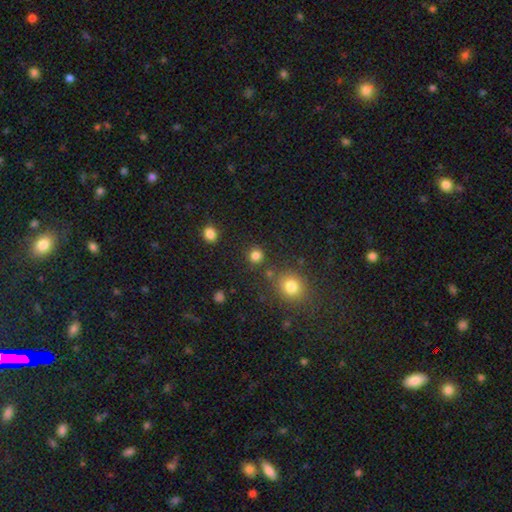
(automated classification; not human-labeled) smooth-or-featured: smooth: 82% | star or artifact: 14% | featured or disk: 4%
  how-rounded: round: 91% | in between: 8% | cigar-shaped: 1%
  merging: none: 85% | minor disturbance: 7% | merger: 5% | major disturbance: 3%